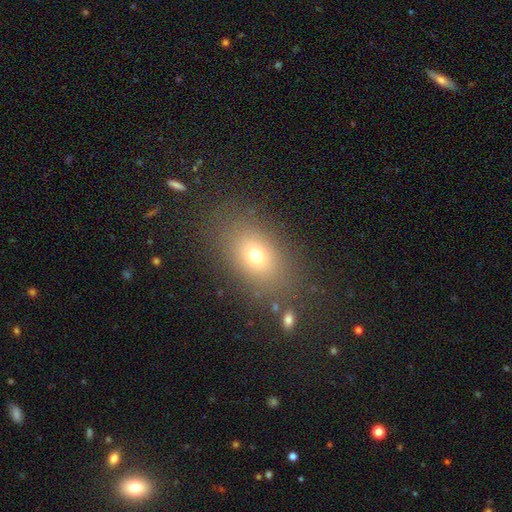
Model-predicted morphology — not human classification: The model was most divided on "smooth or featured": smooth: 69%, star or artifact: 16%, featured or disk: 15%. More confident: merging — none (81%); how rounded — in between (77%).